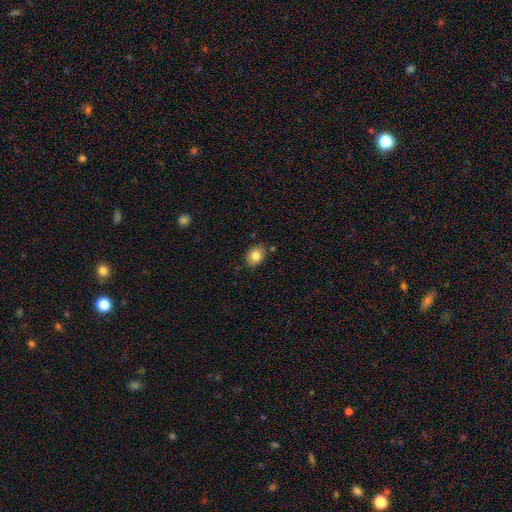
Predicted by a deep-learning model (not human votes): Smooth or featured? smooth (82%)
How rounded? in between (62%)
Merging? none (79%)